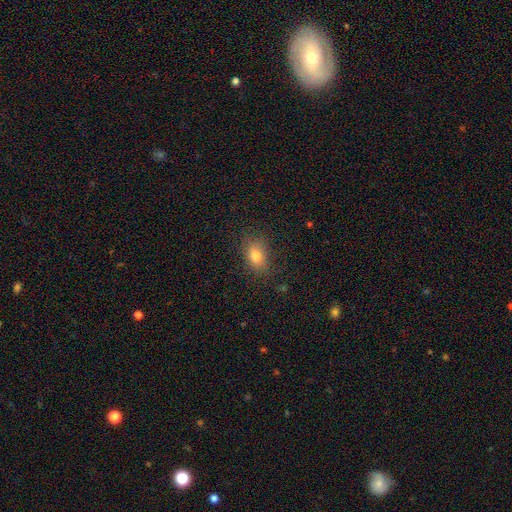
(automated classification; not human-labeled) smooth-or-featured: smooth: 79% | star or artifact: 12% | featured or disk: 9%
  how-rounded: in between: 75% | round: 23% | cigar-shaped: 2%
  merging: none: 78% | minor disturbance: 15% | major disturbance: 5% | merger: 1%